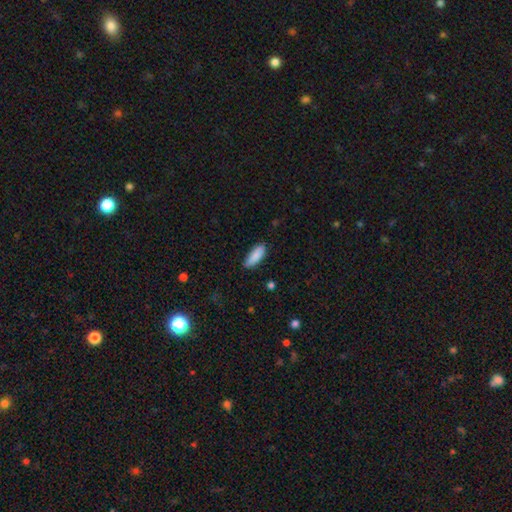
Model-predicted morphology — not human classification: Overall: smooth (88%). How rounded: in between (75%). Merging: none (80%).